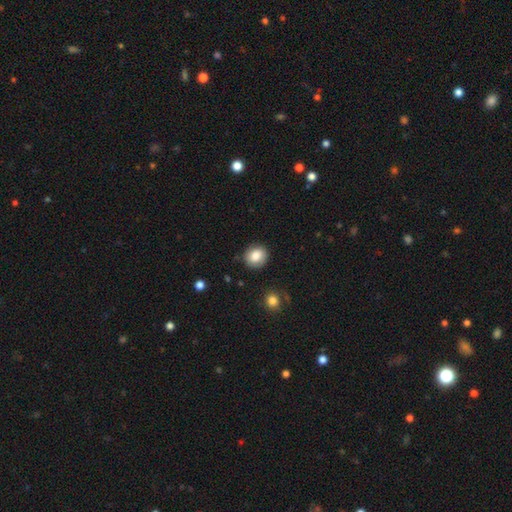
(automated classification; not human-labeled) A smooth galaxy with no disk features (83%) that is round (82%).

Vote fractions:
- Smooth or featured? smooth: 83% / star or artifact: 9% / featured or disk: 8%
- How rounded? round: 82% / in between: 17% / cigar-shaped: 1%
- Merging? none: 86% / minor disturbance: 10% / major disturbance: 2% / merger: 2%